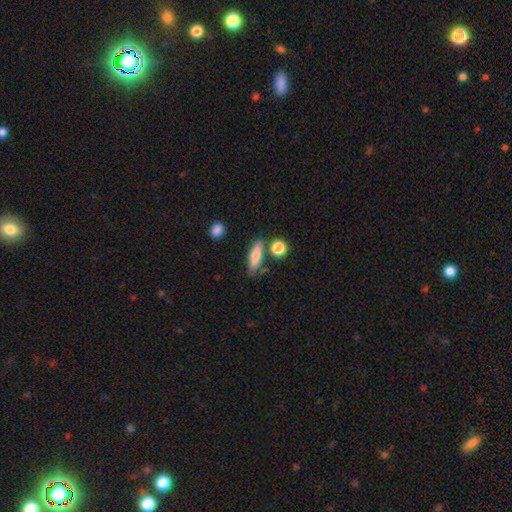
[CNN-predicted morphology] A smooth galaxy with no disk features (80%) that is cigar-shaped (50%).

Vote fractions:
- Smooth or featured? smooth: 80% / featured or disk: 12% / star or artifact: 7%
- How rounded? cigar-shaped: 50% / in between: 45% / round: 5%
- Merging? none: 73% / minor disturbance: 14% / merger: 9% / major disturbance: 4%